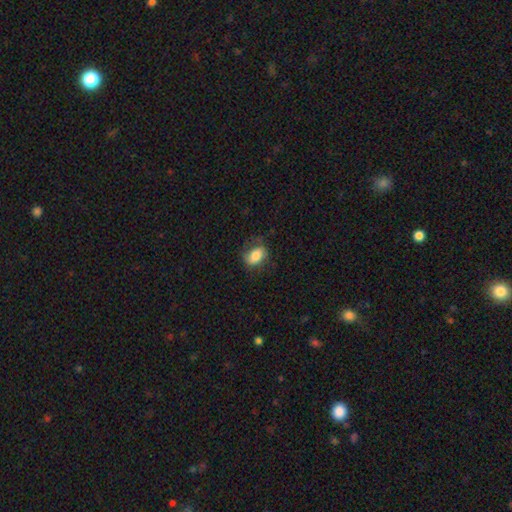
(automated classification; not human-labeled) Smooth or featured? Predicted: smooth (p=0.74). How rounded? Predicted: in between (p=0.78). Merging? Predicted: none (p=0.62).